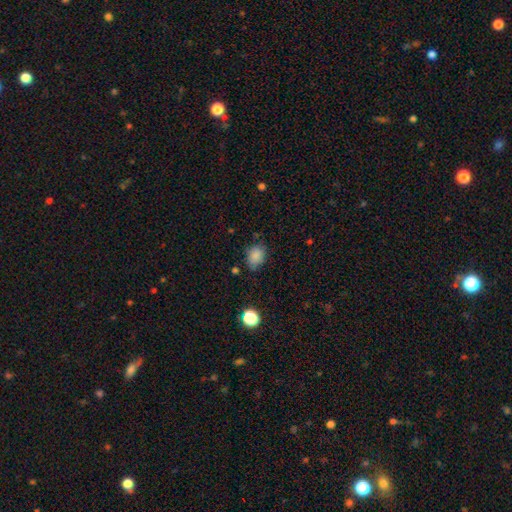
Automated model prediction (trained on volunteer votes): smooth_or_featured: smooth (p=0.85) [alt: star or artifact p=0.11]
how_rounded: in between (p=0.66) [alt: round p=0.33]
merging: none (p=0.69) [alt: minor disturbance p=0.24]